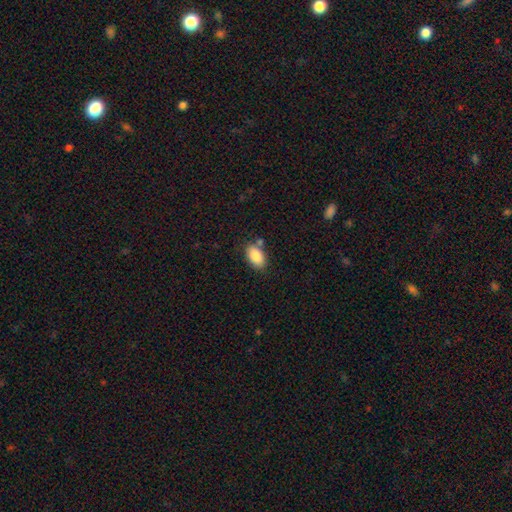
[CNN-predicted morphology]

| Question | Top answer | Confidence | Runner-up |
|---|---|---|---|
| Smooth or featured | smooth | 87% | star or artifact (7%) |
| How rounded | in between | 92% | round (7%) |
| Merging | none | 75% | minor disturbance (14%) |